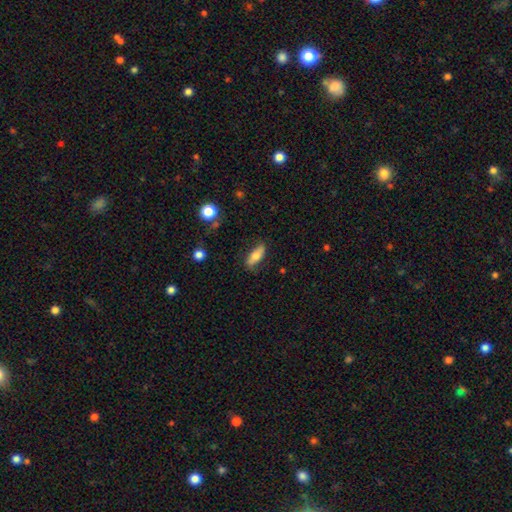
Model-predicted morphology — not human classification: Smooth or featured? smooth (71%)
How rounded? in between (67%)
Merging? none (77%)